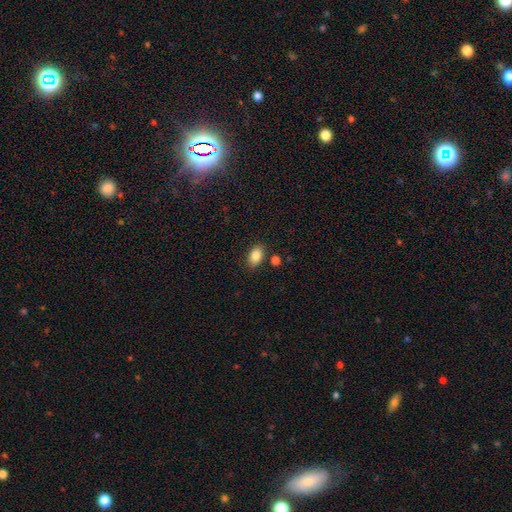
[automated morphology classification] This appears to be a smooth galaxy with no disk features (86%) that is in between round and cigar-shaped (88%). Merging: none (81%).